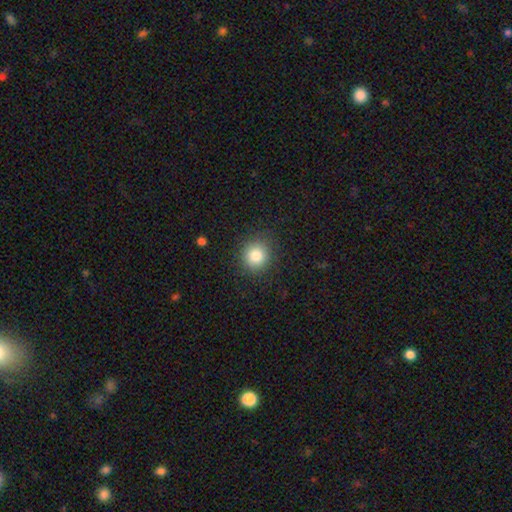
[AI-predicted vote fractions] The model was most divided on "smooth or featured": smooth: 83%, star or artifact: 10%, featured or disk: 6%. More confident: how rounded — round (89%); merging — none (88%).